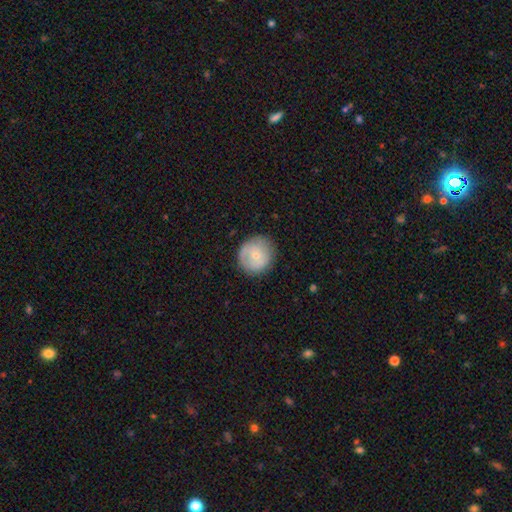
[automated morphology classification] Smooth or featured?
  - smooth: 60% *
  - featured or disk: 32%
  - star or artifact: 7%
How rounded?
  - round: 91% *
  - in between: 8%
  - cigar-shaped: 1%
Merging?
  - none: 80% *
  - minor disturbance: 14%
  - major disturbance: 5%
  - merger: 1%